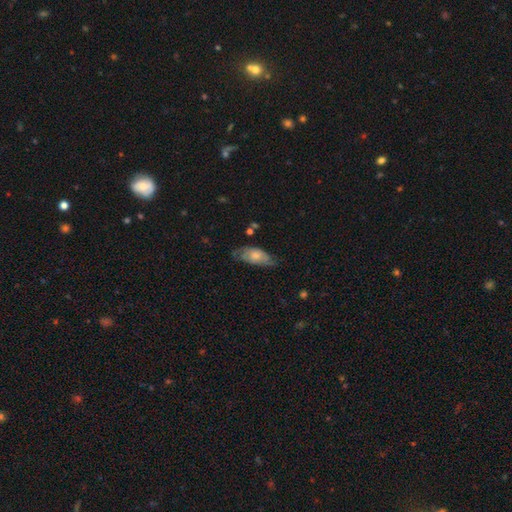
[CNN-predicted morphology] Smooth or featured? smooth (57%)
How rounded? in between (85%)
Merging? none (55%)